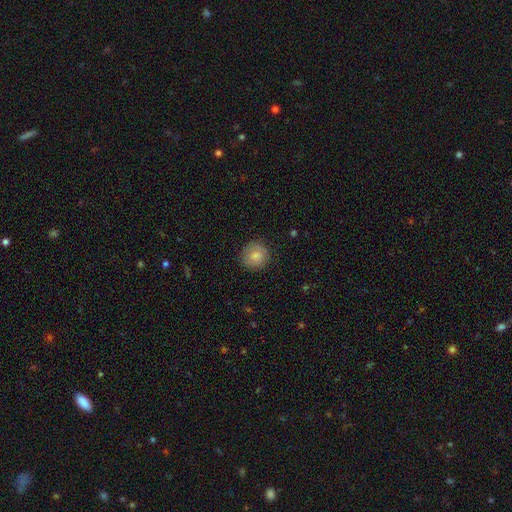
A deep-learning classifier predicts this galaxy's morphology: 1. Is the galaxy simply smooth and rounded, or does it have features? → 82% smooth, 11% featured or disk, 8% star or artifact.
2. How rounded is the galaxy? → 92% round, 7% in between, 1% cigar-shaped.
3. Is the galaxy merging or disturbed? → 85% none, 11% minor disturbance, 3% major disturbance, 1% merger.